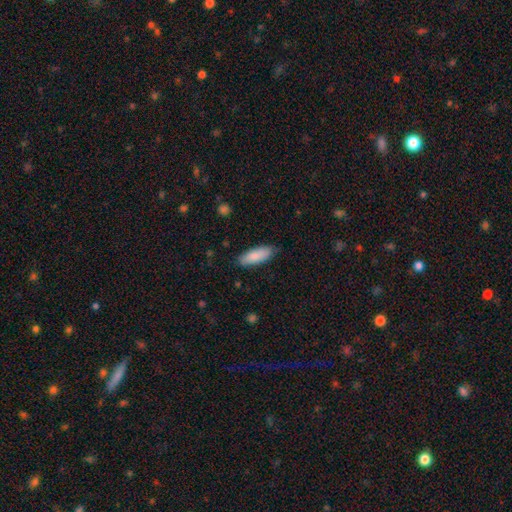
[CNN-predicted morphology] Smooth or featured: smooth — 86% (featured or disk — 9%)
How rounded: in between — 68% (cigar-shaped — 30%)
Merging: none — 84% (minor disturbance — 13%)